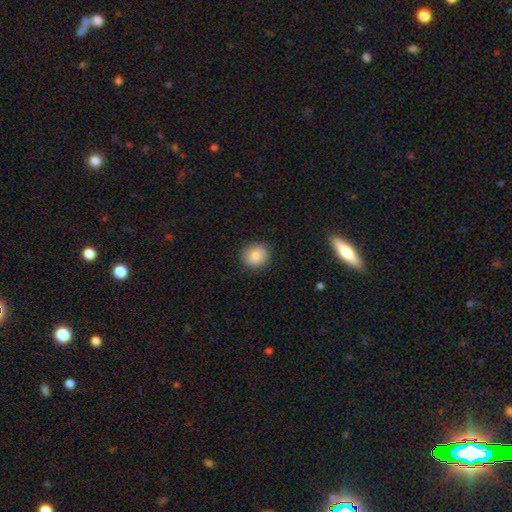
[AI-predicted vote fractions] smooth 85%, star or artifact 8%, featured or disk 6%. Down the decision tree: how rounded — round (82%); merging — none (88%).